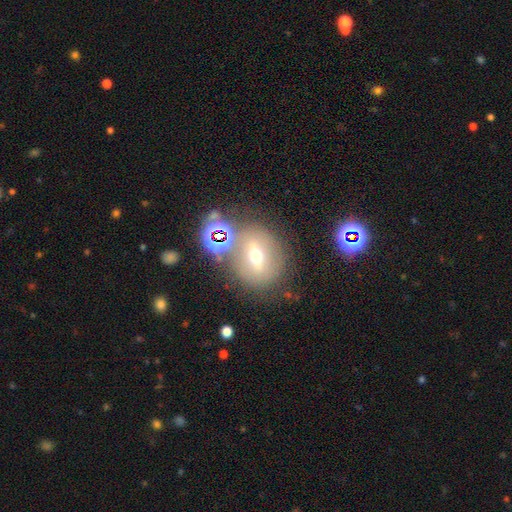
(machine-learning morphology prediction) A smooth galaxy with no disk features (40%, tied with featured or disk).

Vote fractions:
- Smooth or featured? smooth: 40% (tied) / featured or disk: 40% (tied) / star or artifact: 20%
- Merging? none: 69% / minor disturbance: 14% / merger: 11% / major disturbance: 7%